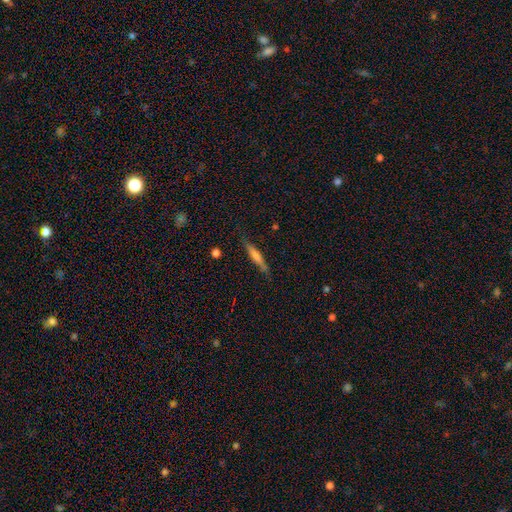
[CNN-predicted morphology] The model was most divided on "smooth or featured": featured or disk: 47%, smooth: 46%, star or artifact: 7%. More confident: merging — none (82%).